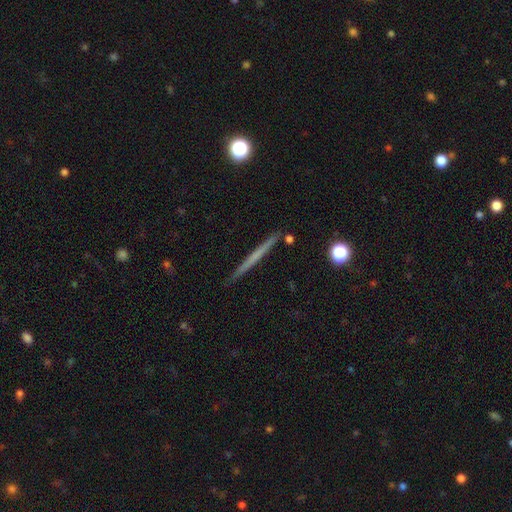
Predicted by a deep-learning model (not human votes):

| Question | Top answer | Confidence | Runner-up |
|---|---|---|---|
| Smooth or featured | featured or disk | 51% | smooth (43%) |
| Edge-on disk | yes | 98% | no (2%) |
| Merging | none | 90% | minor disturbance (6%) |